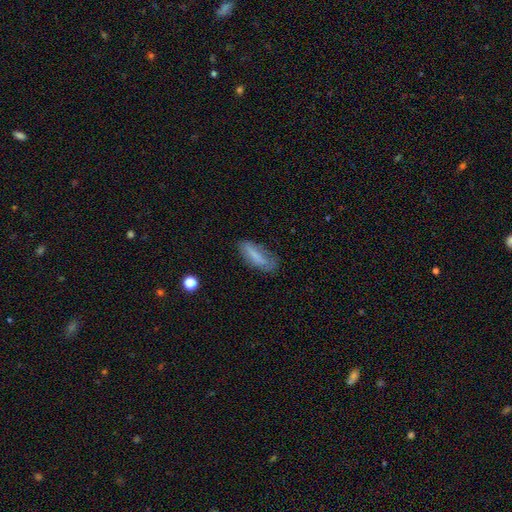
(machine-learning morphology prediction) smooth 67%, featured or disk 24%, star or artifact 9%. Down the decision tree: how rounded — in between (60%); merging — none (58%).